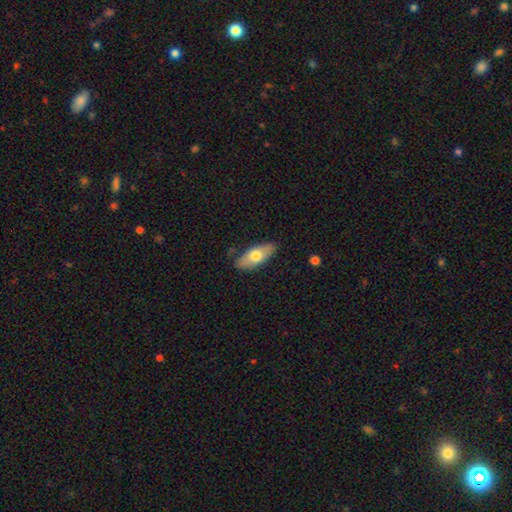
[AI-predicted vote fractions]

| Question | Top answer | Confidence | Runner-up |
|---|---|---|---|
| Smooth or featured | smooth | 63% | featured or disk (31%) |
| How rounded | in between | 82% | cigar-shaped (15%) |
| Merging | none | 80% | minor disturbance (15%) |